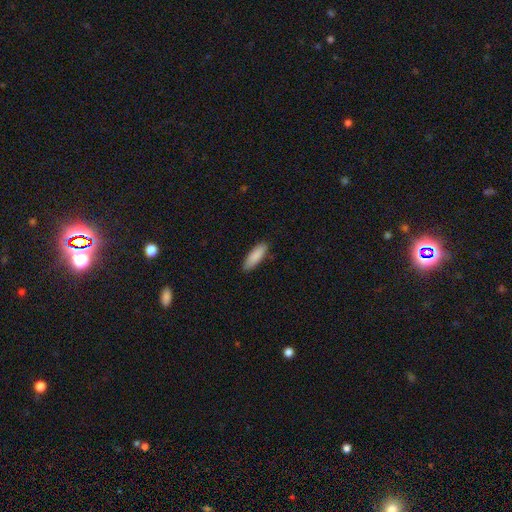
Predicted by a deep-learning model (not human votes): A smooth galaxy with no disk features (89%) that is in between round and cigar-shaped (51%).

Vote fractions:
- Smooth or featured? smooth: 89% / featured or disk: 6% / star or artifact: 6%
- How rounded? in between: 51% / cigar-shaped: 48% / round: 1%
- Merging? none: 87% / minor disturbance: 10% / major disturbance: 2% / merger: 1%